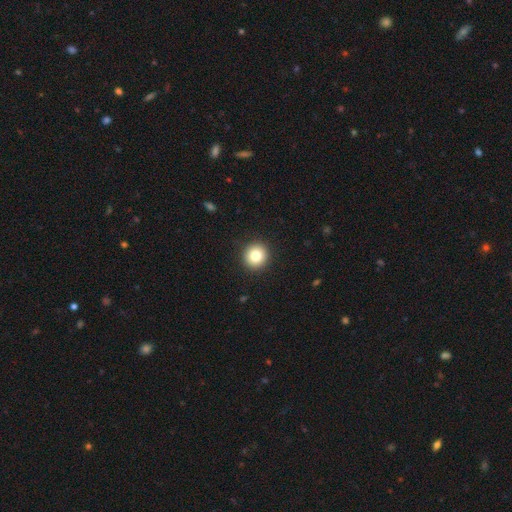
Smooth or featured: smooth — 82% (featured or disk — 10%)
How rounded: round — 91% (in between — 9%)
Merging: none — 97% (minor disturbance — 3%)